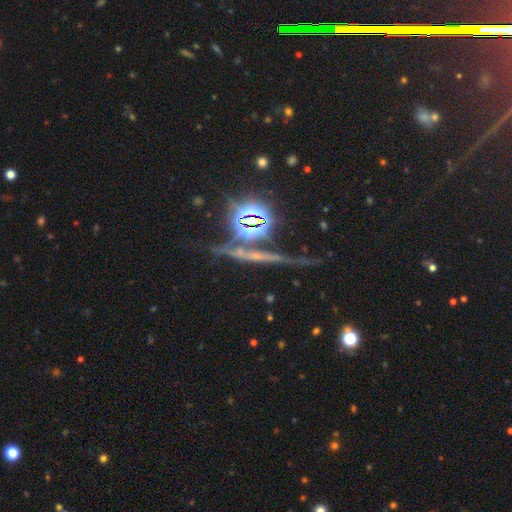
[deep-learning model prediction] A star or artifact, not a galaxy (45%).

Vote fractions:
- Smooth or featured? star or artifact: 45% / featured or disk: 38% / smooth: 17%